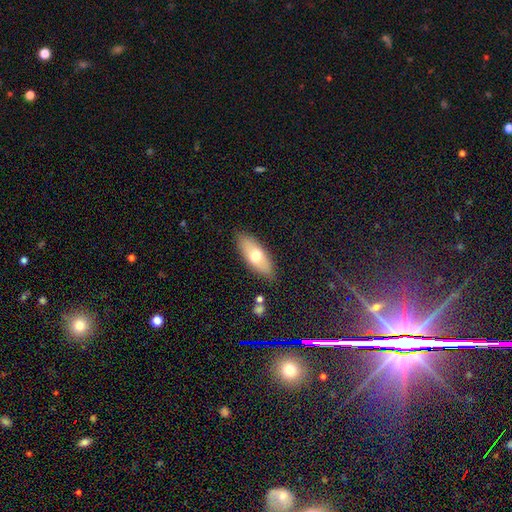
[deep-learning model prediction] Smooth or featured?
  - smooth: 65% *
  - featured or disk: 29%
  - star or artifact: 6%
How rounded?
  - in between: 73% *
  - cigar-shaped: 24%
  - round: 3%
Merging?
  - none: 84% *
  - minor disturbance: 11%
  - major disturbance: 3%
  - merger: 2%